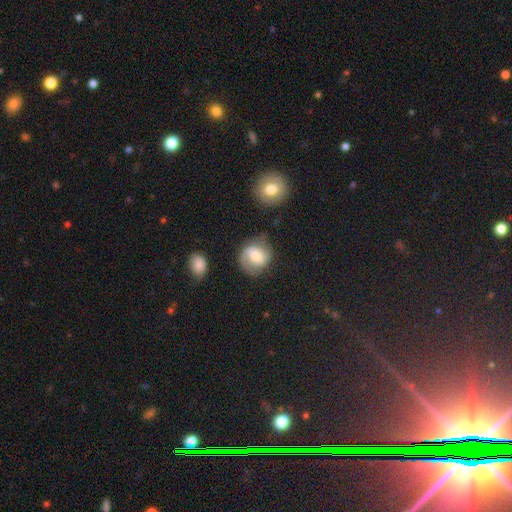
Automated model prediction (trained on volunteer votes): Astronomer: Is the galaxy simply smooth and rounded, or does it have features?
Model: featured or disk — 57% (runner-up: smooth, 36%).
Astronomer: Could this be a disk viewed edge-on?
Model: no — 97%.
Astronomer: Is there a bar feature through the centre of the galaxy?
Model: weak — 45% (runner-up: no, 39%).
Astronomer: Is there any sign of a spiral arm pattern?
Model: yes — 87%.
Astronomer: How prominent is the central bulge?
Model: moderate — 57%.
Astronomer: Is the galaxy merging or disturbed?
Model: none — 67%.